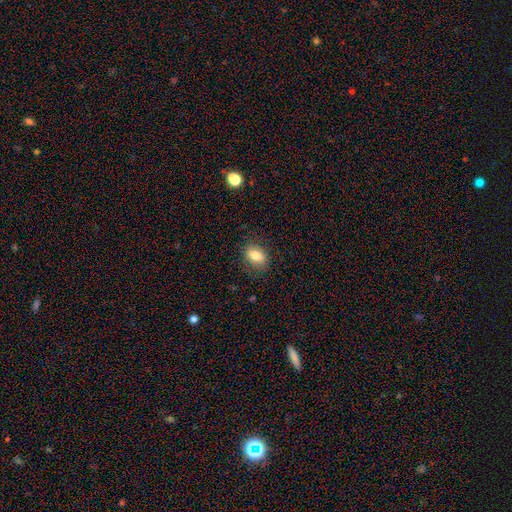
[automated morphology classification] Smooth or featured? Predicted: smooth (p=0.76). How rounded? Predicted: in between (p=0.76). Merging? Predicted: none (p=0.82).